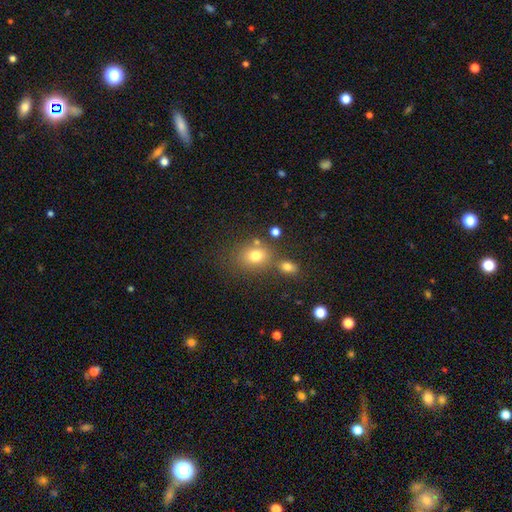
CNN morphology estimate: Overall: smooth (75%). How rounded: round (56%; in between 43%). Merging: none (64%).